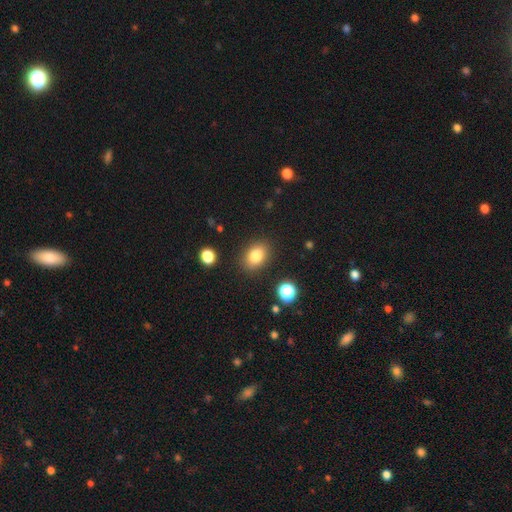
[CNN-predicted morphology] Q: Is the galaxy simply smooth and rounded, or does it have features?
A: smooth — 82%.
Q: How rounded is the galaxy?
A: in between — 71%.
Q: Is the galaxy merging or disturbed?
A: none — 85%.